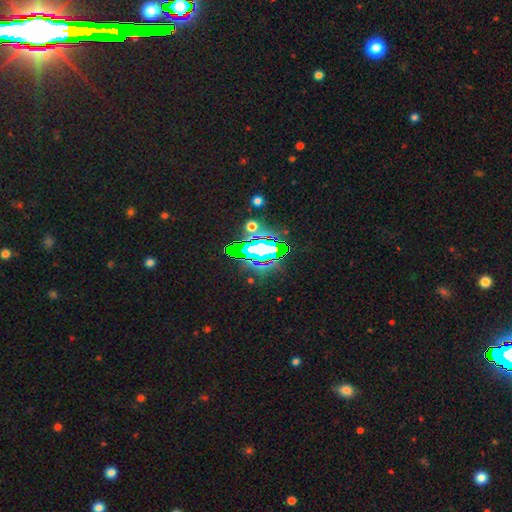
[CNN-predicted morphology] Smooth or featured: star or artifact — 78% (smooth — 13%)